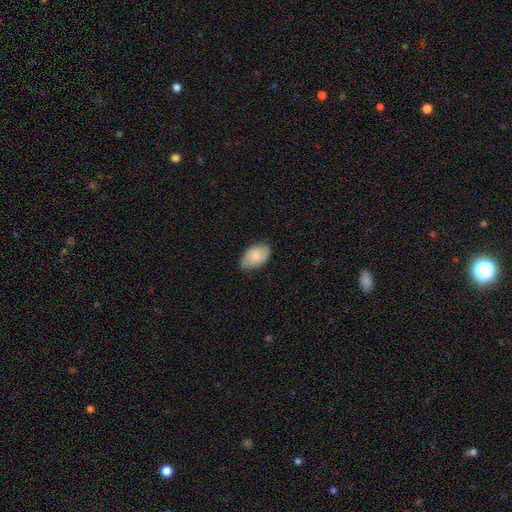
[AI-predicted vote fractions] Smooth or featured: smooth — 76% (featured or disk — 18%)
How rounded: in between — 90% (round — 9%)
Merging: none — 70% (minor disturbance — 25%)